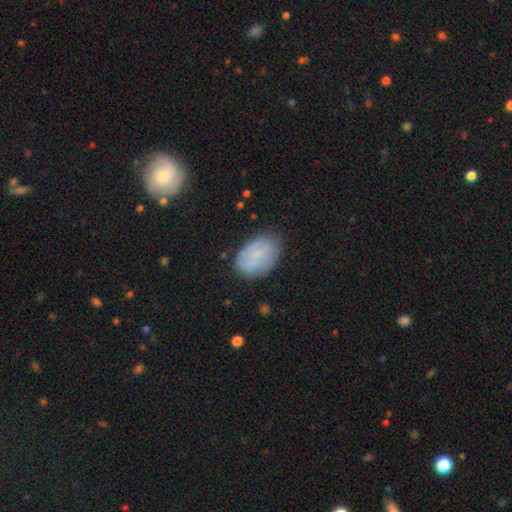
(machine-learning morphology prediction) This appears to be a smooth galaxy with no disk features (73%) that is in between round and cigar-shaped (87%). Merging: none (76%).